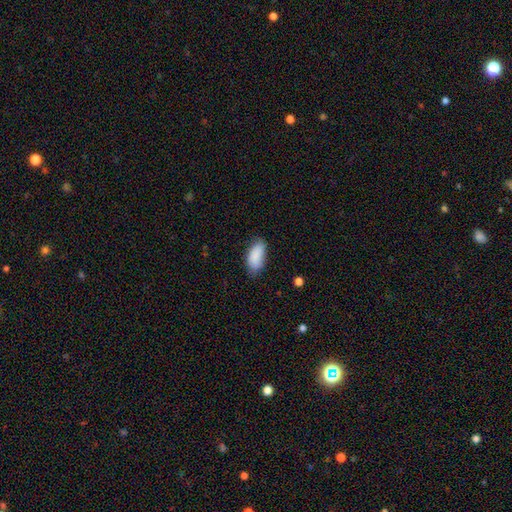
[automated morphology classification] Smooth or featured?
  - smooth: 88% *
  - star or artifact: 7%
  - featured or disk: 5%
How rounded?
  - in between: 92% *
  - cigar-shaped: 6%
  - round: 2%
Merging?
  - none: 70% *
  - minor disturbance: 24%
  - major disturbance: 5%
  - merger: 2%